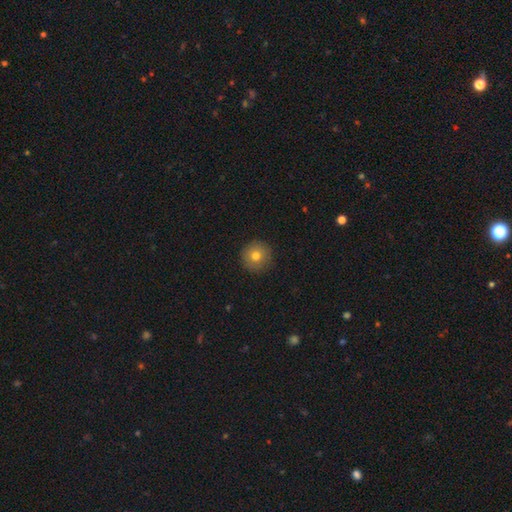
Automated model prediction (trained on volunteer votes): The model was most divided on "smooth or featured": smooth: 76%, featured or disk: 13%, star or artifact: 11%. More confident: how rounded — round (96%); merging — none (91%).